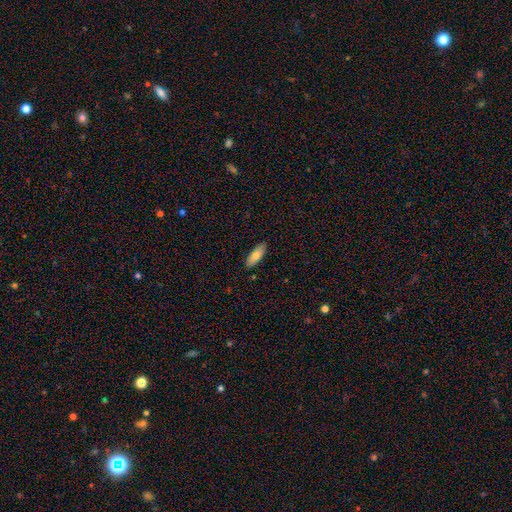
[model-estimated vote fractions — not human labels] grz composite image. It shows a smooth galaxy with no disk features (78%) that is in between round and cigar-shaped (73%). Merging: none (88%).